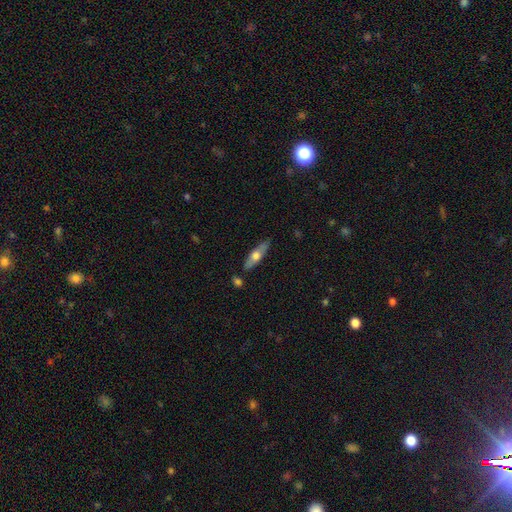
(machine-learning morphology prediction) Smooth or featured?
  - featured or disk: 48% *
  - smooth: 47%
  - star or artifact: 6%
Merging?
  - none: 82% *
  - minor disturbance: 11%
  - merger: 4%
  - major disturbance: 2%